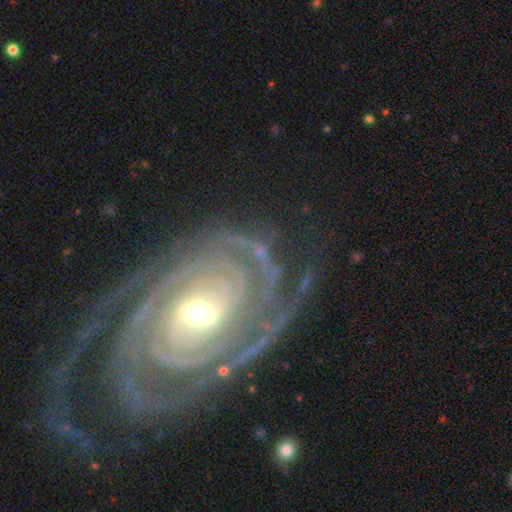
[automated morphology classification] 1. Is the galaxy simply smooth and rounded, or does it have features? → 90% featured or disk, 6% star or artifact, 5% smooth.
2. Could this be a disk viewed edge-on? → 96% no, 4% yes.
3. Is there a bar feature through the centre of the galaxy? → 36% no, 35% weak, 29% strong.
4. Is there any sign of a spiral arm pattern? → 97% yes, 3% no.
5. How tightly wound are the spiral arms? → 80% tight, 16% medium, 4% loose.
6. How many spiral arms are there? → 23% can't tell, 22% 2, 20% 3, 15% 4, 12% more than 4, 8% 1.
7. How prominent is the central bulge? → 56% moderate, 37% small, 5% large, 1% dominant, 1% none.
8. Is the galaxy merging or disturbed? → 70% none, 16% minor disturbance, 11% major disturbance, 3% merger.